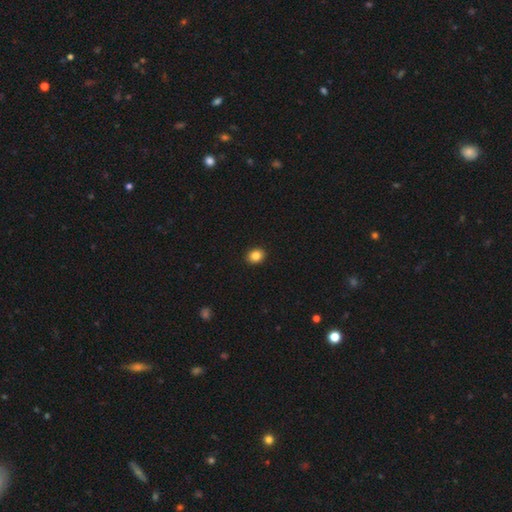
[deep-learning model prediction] Morphology: type=smooth (85%); roundness=round (53%); merging=none (92%).